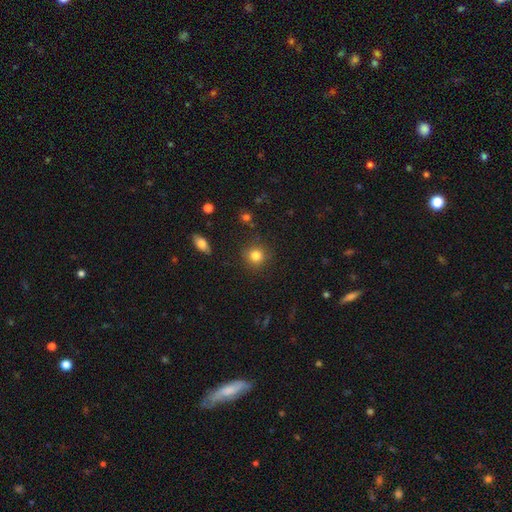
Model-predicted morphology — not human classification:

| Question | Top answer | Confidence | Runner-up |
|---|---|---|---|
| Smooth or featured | smooth | 83% | star or artifact (11%) |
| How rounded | round | 90% | in between (9%) |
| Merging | none | 87% | minor disturbance (8%) |